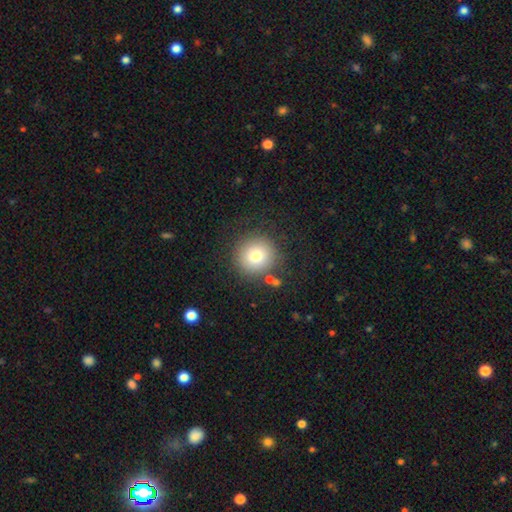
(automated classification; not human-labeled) Smooth or featured?
  - smooth: 76% *
  - featured or disk: 12%
  - star or artifact: 12%
How rounded?
  - round: 95% *
  - in between: 4%
  - cigar-shaped: 1%
Merging?
  - none: 83% *
  - minor disturbance: 9%
  - major disturbance: 4%
  - merger: 4%